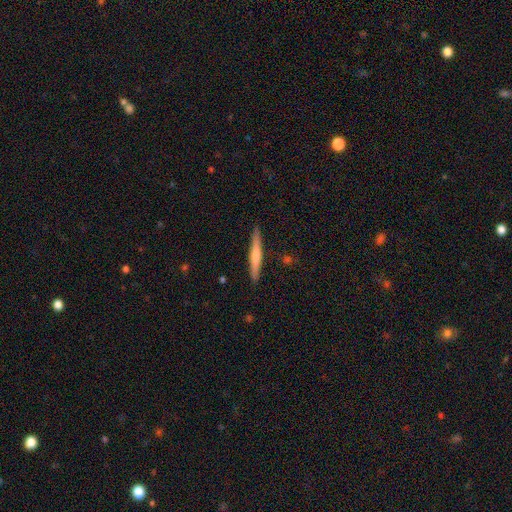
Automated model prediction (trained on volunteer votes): This is possibly a smooth galaxy (50%). How rounded: clearly cigar-shaped (95%). Merging: clearly none (90%).